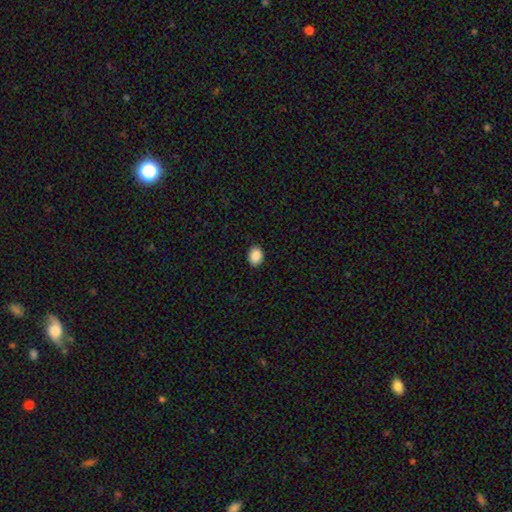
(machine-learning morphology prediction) smooth_or_featured: smooth (p=0.90) [alt: star or artifact p=0.08]
how_rounded: in between (p=0.66) [alt: round p=0.33]
merging: none (p=0.88) [alt: minor disturbance p=0.09]